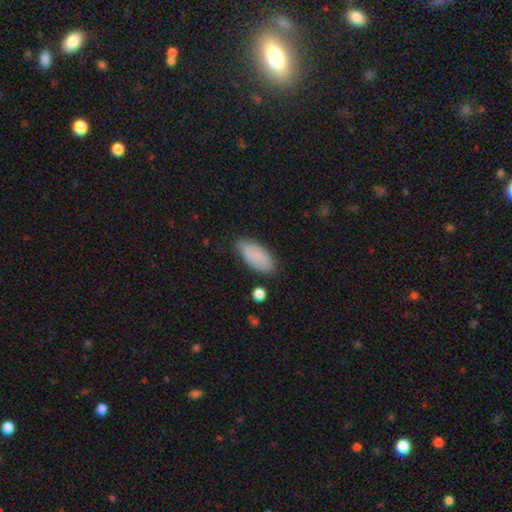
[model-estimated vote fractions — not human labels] This is clearly a smooth galaxy (82%). How rounded: clearly in between (89%). Merging: likely none (74%).